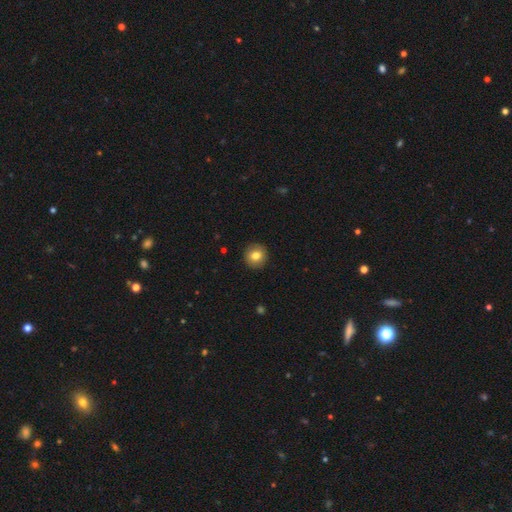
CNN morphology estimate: Smooth or featured: smooth — 80% (featured or disk — 12%)
How rounded: round — 92% (in between — 7%)
Merging: none — 91% (minor disturbance — 6%)